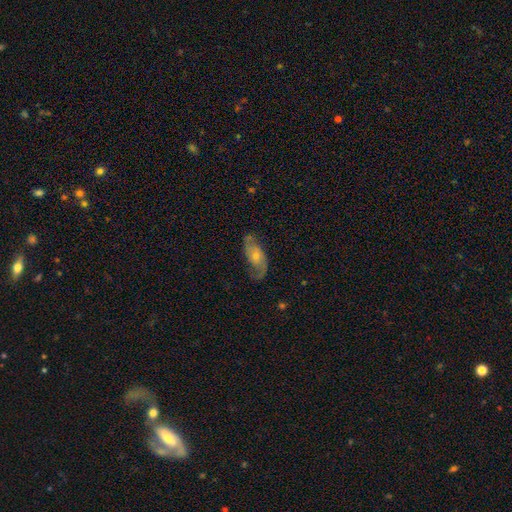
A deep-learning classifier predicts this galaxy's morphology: This is likely a featured or disk galaxy (77%). It is clearly not viewed edge-on (93%). Bar: likely no (66%). Spiral arm pattern: clearly yes (92%). Spiral arm count: clearly 2 (85%). Spiral winding: possibly medium (45%). Central bulge: possibly small (52%). Merging: likely none (74%).